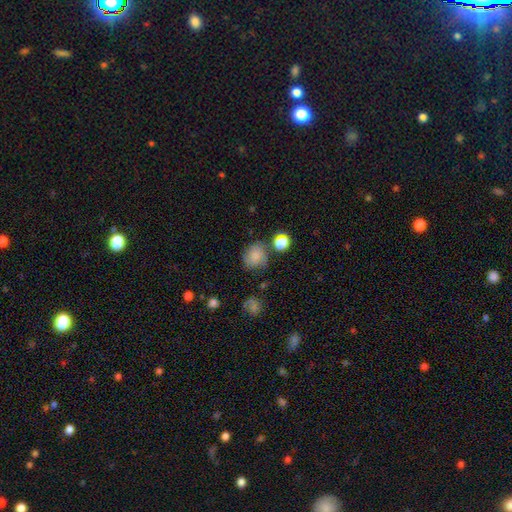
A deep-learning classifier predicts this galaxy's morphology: This appears to be a smooth galaxy with no disk features (68%) that is round (76%). Merging: none (65%).